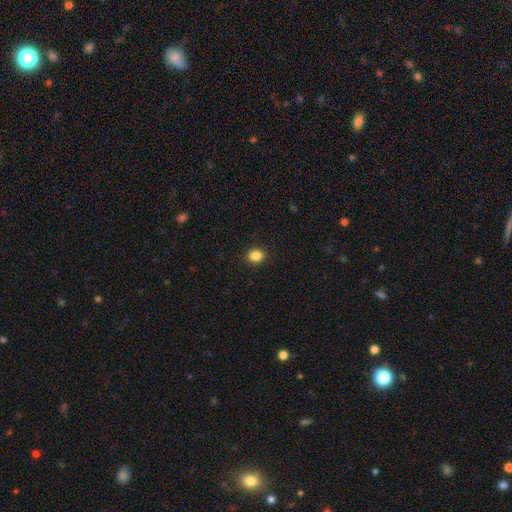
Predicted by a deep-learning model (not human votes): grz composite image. It shows a smooth galaxy with no disk features (86%) that is round (59%). Merging: none (91%).